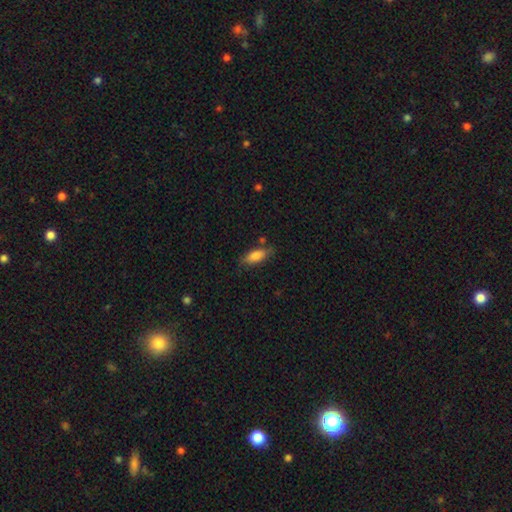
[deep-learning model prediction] A smooth galaxy with no disk features (79%) that is in between round and cigar-shaped (70%). Merging: none (73%).